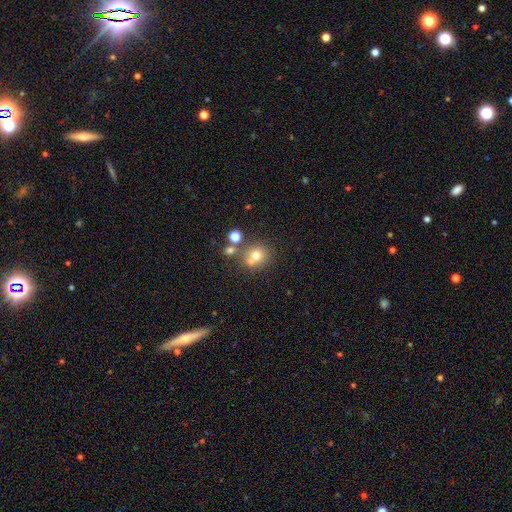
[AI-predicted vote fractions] This is likely a smooth galaxy (71%). How rounded: clearly round (81%). Merging: possibly none (59%).